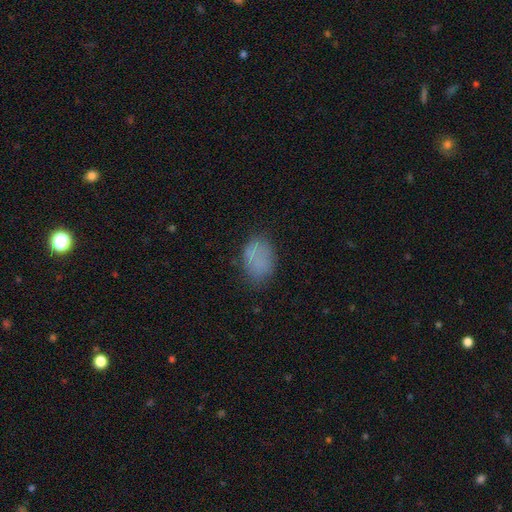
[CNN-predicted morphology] smooth_or_featured: smooth (p=0.73) [alt: featured or disk p=0.15]
how_rounded: in between (p=0.84) [alt: round p=0.15]
merging: none (p=0.70) [alt: minor disturbance p=0.19]